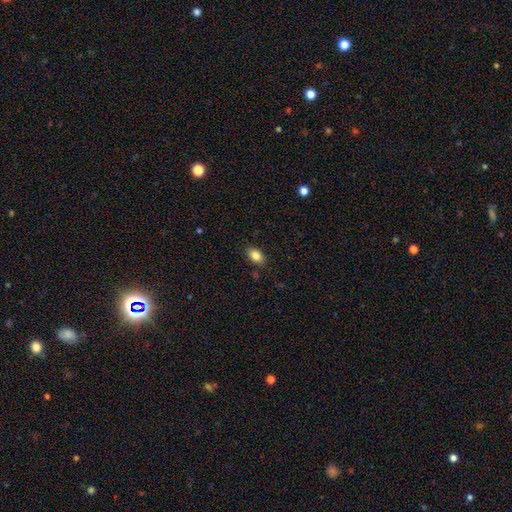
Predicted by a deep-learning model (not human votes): A smooth galaxy with no disk features (84%) that is in between round and cigar-shaped (85%). Merging: none (84%).